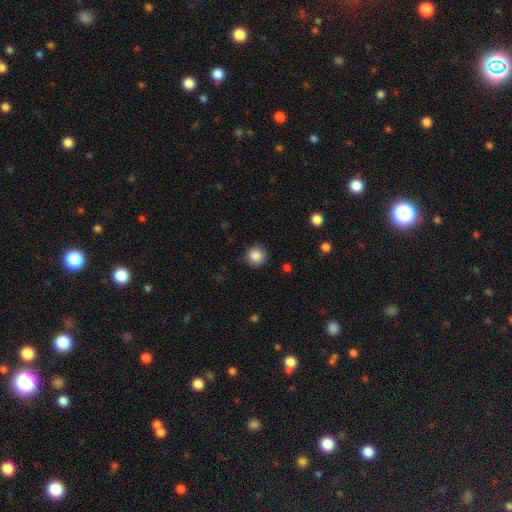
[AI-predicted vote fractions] Smooth or featured?
  - smooth: 87% *
  - star or artifact: 9%
  - featured or disk: 4%
How rounded?
  - round: 92% *
  - in between: 7%
  - cigar-shaped: 1%
Merging?
  - none: 89% *
  - minor disturbance: 8%
  - major disturbance: 2%
  - merger: 1%